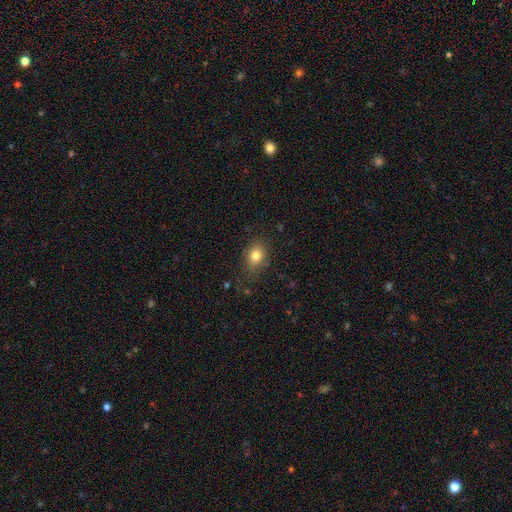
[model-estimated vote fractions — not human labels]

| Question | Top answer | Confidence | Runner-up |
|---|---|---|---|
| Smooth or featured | smooth | 81% | star or artifact (11%) |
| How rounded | in between | 63% | round (36%) |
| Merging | none | 78% | minor disturbance (15%) |